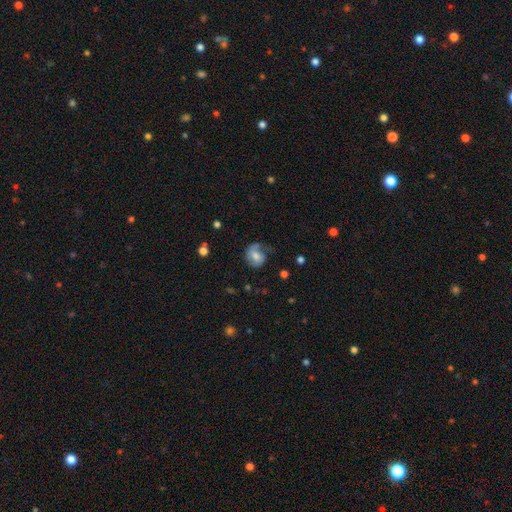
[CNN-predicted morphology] A featured or disk galaxy (53%) with no bar (58%), spiral arms (83%) and a moderate central bulge (57%).

Vote fractions:
- Smooth or featured? featured or disk: 53% / smooth: 39% / star or artifact: 8%
- Edge-on disk? no: 97% / yes: 3%
- Bar? no: 58% / weak: 34% / strong: 8%
- Spiral arms? yes: 83% / no: 17%
- Bulge size? moderate: 57% / small: 28% / large: 9% / none: 5% / dominant: 2%
- Merging? none: 47% / major disturbance: 26% / minor disturbance: 24% / merger: 2%